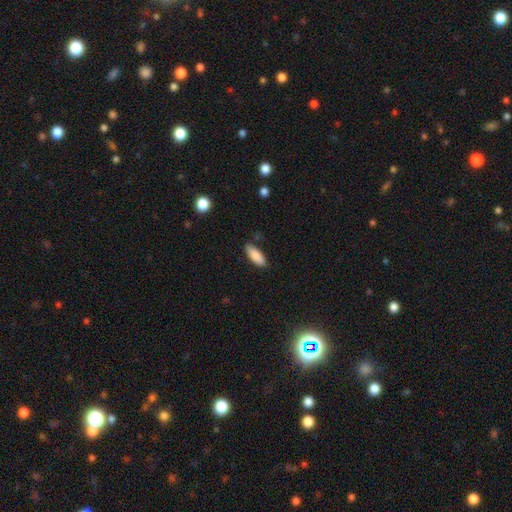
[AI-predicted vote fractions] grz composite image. It shows a smooth galaxy with no disk features (85%) that is in between round and cigar-shaped (75%). Merging: none (80%).